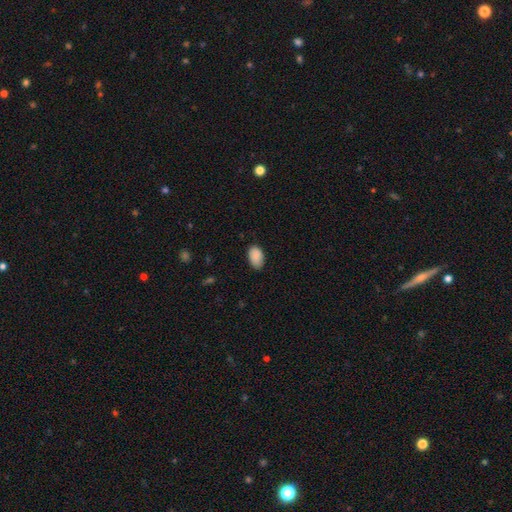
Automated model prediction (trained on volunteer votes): Morphology: type=smooth (90%); roundness=in between (91%); merging=none (81%).